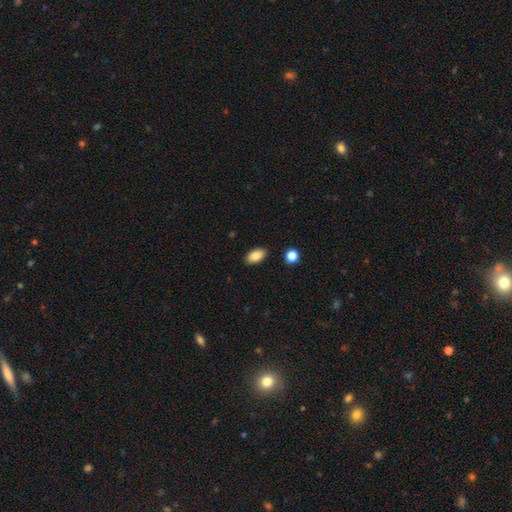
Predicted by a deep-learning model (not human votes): The model was most divided on "smooth or featured": smooth: 86%, star or artifact: 8%, featured or disk: 6%. More confident: how rounded — in between (93%); merging — none (89%).